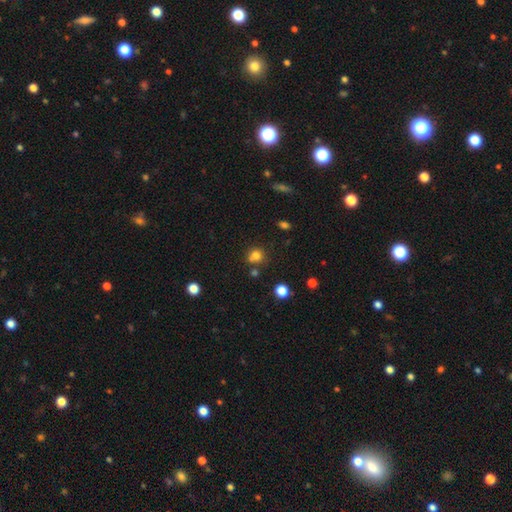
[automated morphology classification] Smooth or featured? Predicted: smooth (p=0.78). How rounded? Predicted: round (p=0.81). Merging? Predicted: none (p=0.61).